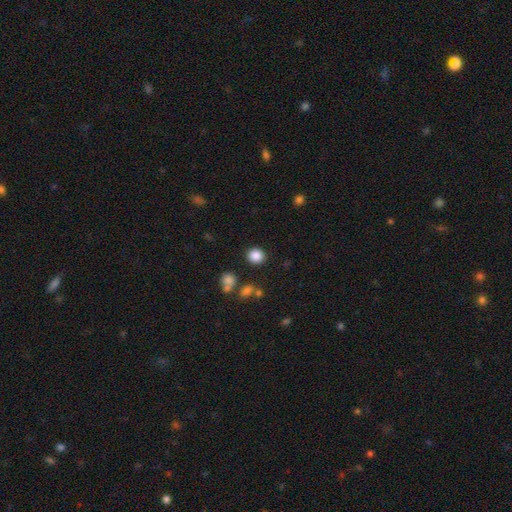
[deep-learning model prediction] Overall: smooth (86%). How rounded: round (86%). Merging: none (87%).